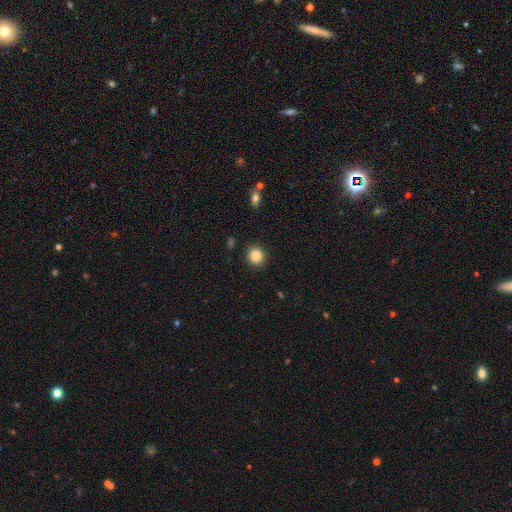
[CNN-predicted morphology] smooth_or_featured: smooth (p=0.85) [alt: star or artifact p=0.10]
how_rounded: round (p=0.86) [alt: in between p=0.13]
merging: none (p=0.91) [alt: minor disturbance p=0.06]